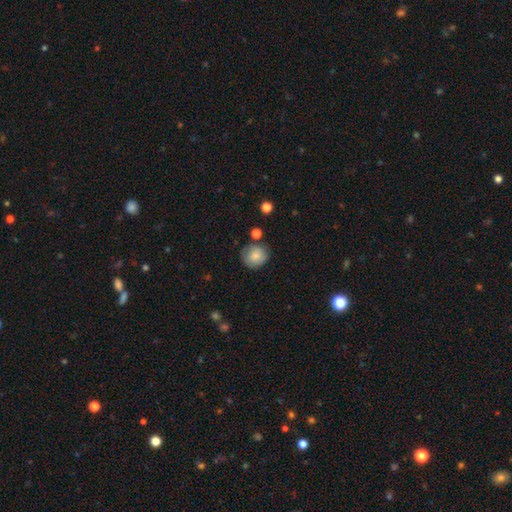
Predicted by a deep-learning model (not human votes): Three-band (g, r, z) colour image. It shows a smooth galaxy with no disk features (76%) that is round (84%). Merging: none (71%).